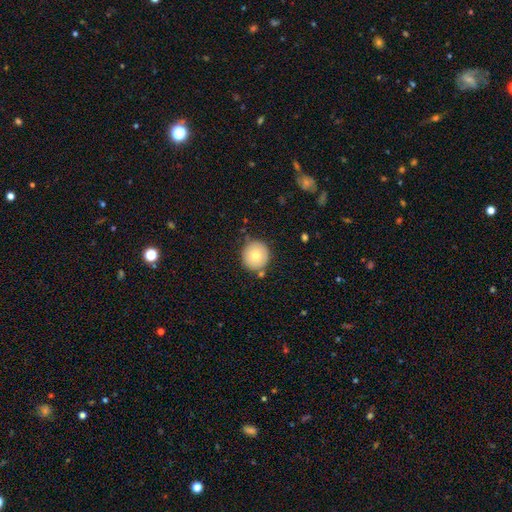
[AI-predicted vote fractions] Morphology: type=smooth (74%); roundness=round (92%); merging=none (77%).